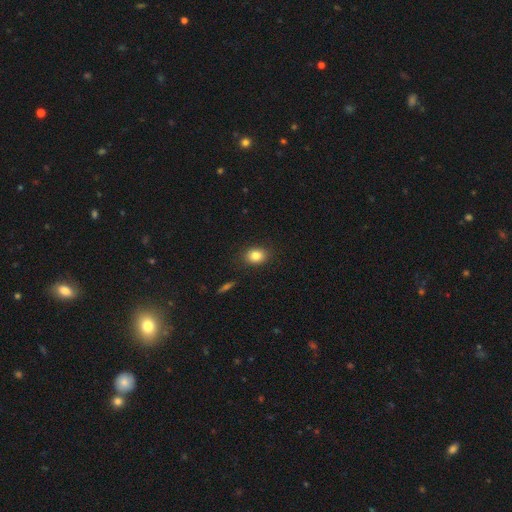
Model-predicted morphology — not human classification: This appears to be a smooth galaxy with no disk features (83%) that is in between round and cigar-shaped (55%). Merging: none (87%).